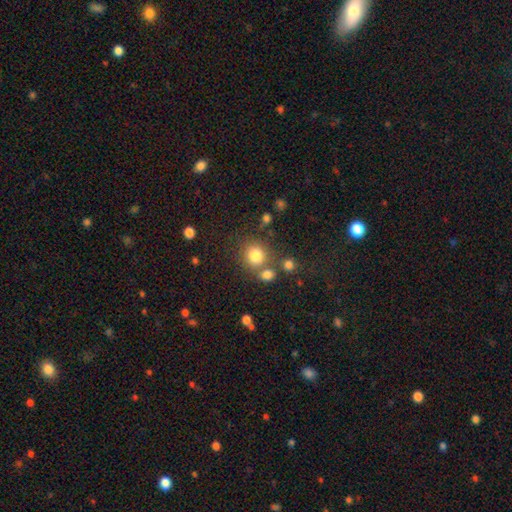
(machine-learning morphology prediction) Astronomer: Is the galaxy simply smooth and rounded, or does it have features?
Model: smooth — 79%.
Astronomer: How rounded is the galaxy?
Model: round — 85%.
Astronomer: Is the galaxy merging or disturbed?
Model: none — 66%.